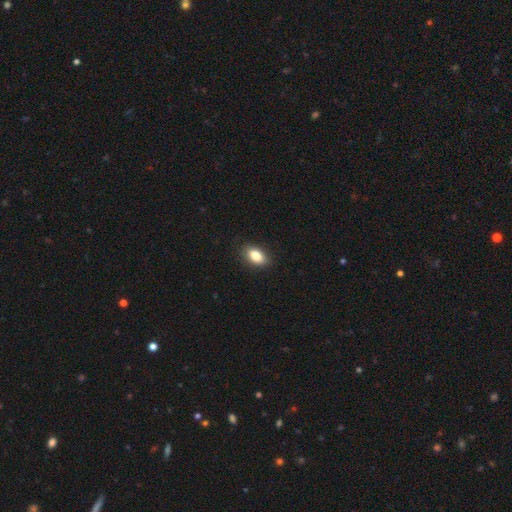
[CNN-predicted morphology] This is clearly a smooth galaxy (85%). How rounded: clearly in between (89%). Merging: clearly none (88%).